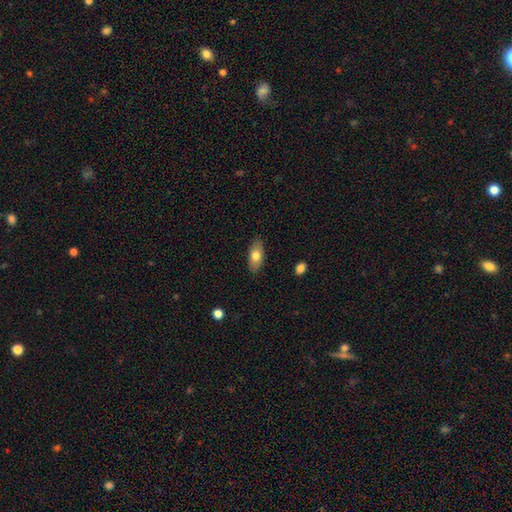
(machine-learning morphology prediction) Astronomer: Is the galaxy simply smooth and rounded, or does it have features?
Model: smooth — 75%.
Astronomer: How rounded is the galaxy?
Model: in between — 88%.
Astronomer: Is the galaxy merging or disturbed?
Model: none — 87%.